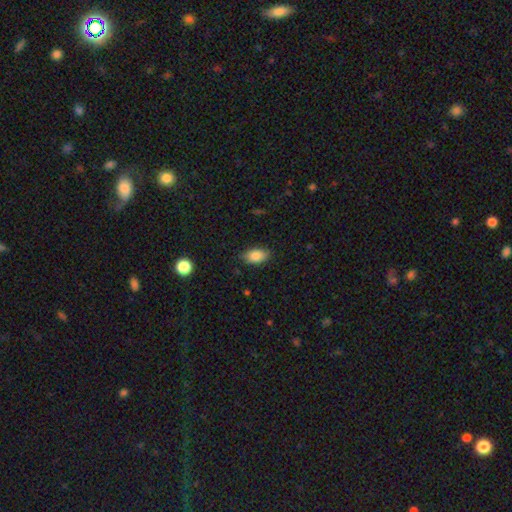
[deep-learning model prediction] Morphology: type=smooth (86%); roundness=in between (91%); merging=none (83%).